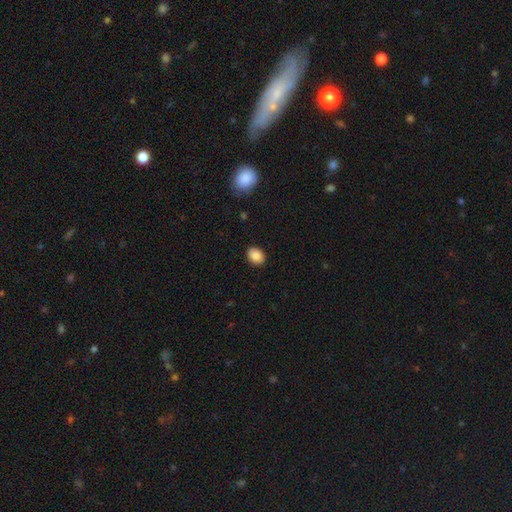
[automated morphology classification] smooth 85%, star or artifact 9%, featured or disk 7%. Down the decision tree: how rounded — in between (58%); merging — none (85%).